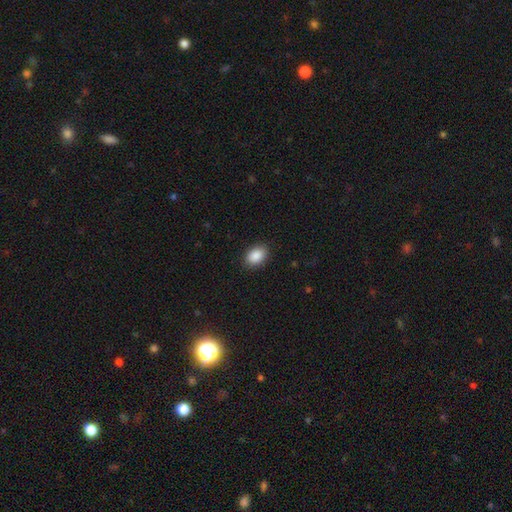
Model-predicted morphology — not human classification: Overall: smooth (89%). How rounded: in between (81%). Merging: none (89%).